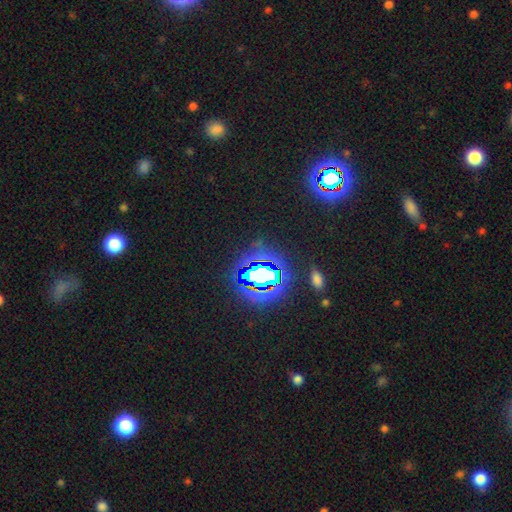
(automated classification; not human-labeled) smooth-or-featured: star or artifact: 81% | smooth: 12% | featured or disk: 7%